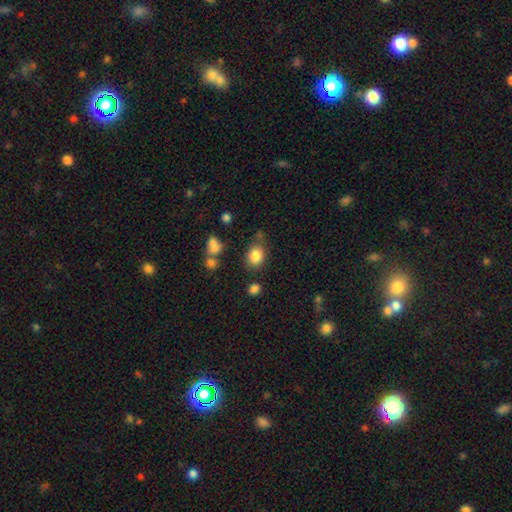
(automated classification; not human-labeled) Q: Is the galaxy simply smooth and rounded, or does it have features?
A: smooth — 83%.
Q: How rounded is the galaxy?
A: in between — 54%.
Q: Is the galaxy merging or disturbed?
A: none — 70%.